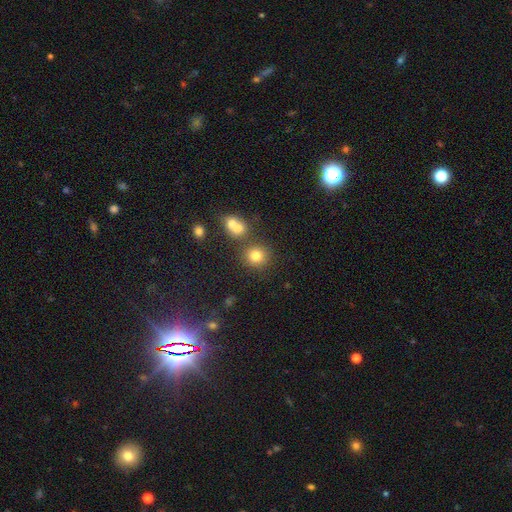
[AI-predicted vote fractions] smooth 78%, star or artifact 14%, featured or disk 8%. Down the decision tree: how rounded — round (87%); merging — none (71%).